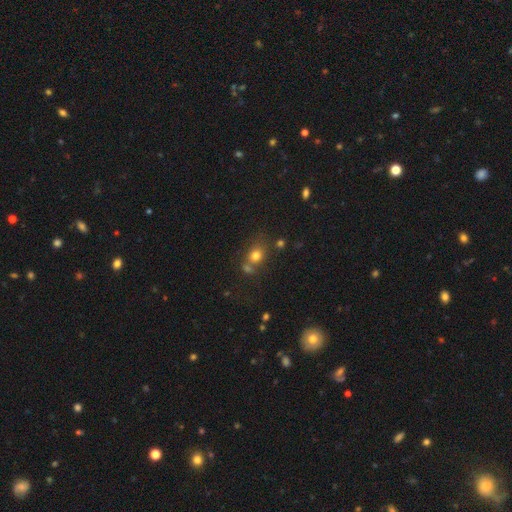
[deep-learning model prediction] A smooth galaxy with no disk features (75%) that is round (64%).

Vote fractions:
- Smooth or featured? smooth: 75% / star or artifact: 15% / featured or disk: 10%
- How rounded? round: 64% / in between: 34% / cigar-shaped: 1%
- Merging? none: 55% / merger: 26% / minor disturbance: 14% / major disturbance: 6%